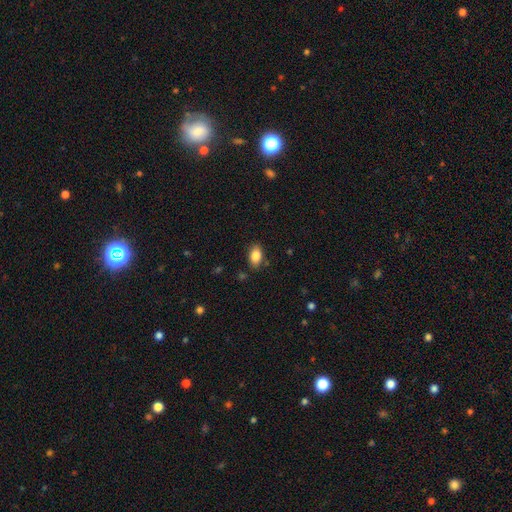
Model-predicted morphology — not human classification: smooth 85%, star or artifact 8%, featured or disk 7%. Down the decision tree: how rounded — in between (90%); merging — none (84%).